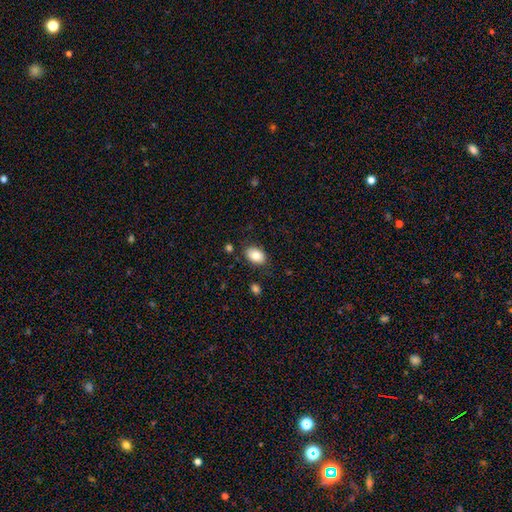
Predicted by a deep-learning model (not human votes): Smooth or featured? Predicted: smooth (p=0.84). How rounded? Predicted: in between (p=0.85). Merging? Predicted: none (p=0.82).